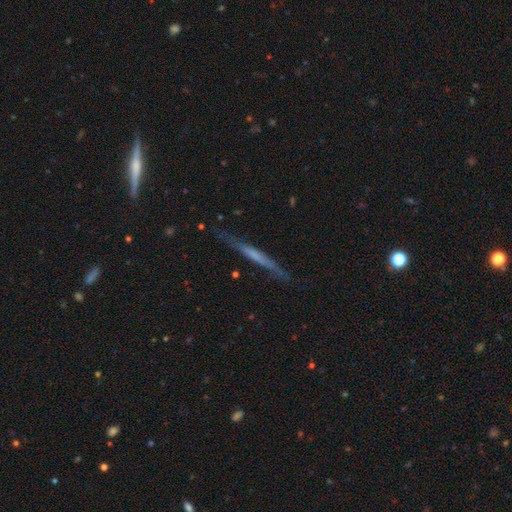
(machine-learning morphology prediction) A featured or disk galaxy (55%) viewed edge-on (94%) with no central bulge (74%).

Vote fractions:
- Smooth or featured? featured or disk: 55% / smooth: 38% / star or artifact: 7%
- Edge-on disk? yes: 94% / no: 6%
- Edge-on bulge? none: 74% / rounded: 13% / boxy: 13%
- Merging? none: 80% / minor disturbance: 14% / major disturbance: 3% / merger: 2%